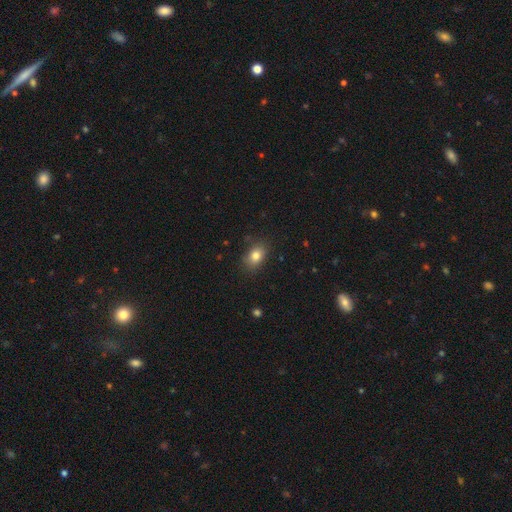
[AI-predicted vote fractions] smooth-or-featured: smooth: 82% | star or artifact: 10% | featured or disk: 8%
  how-rounded: in between: 73% | round: 26% | cigar-shaped: 1%
  merging: none: 81% | minor disturbance: 14% | major disturbance: 3% | merger: 1%